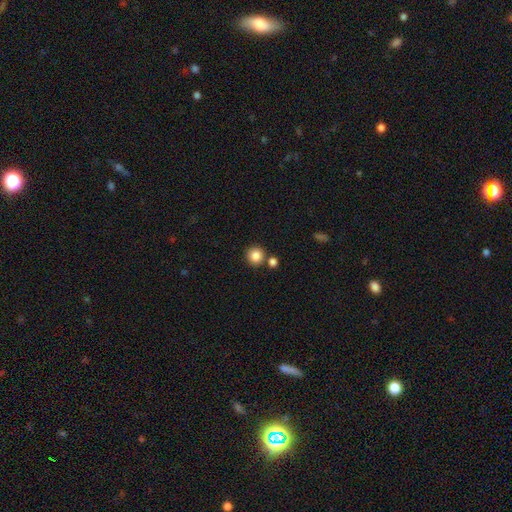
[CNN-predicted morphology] Smooth or featured? Predicted: smooth (p=0.84). How rounded? Predicted: round (p=0.93). Merging? Predicted: none (p=0.78).